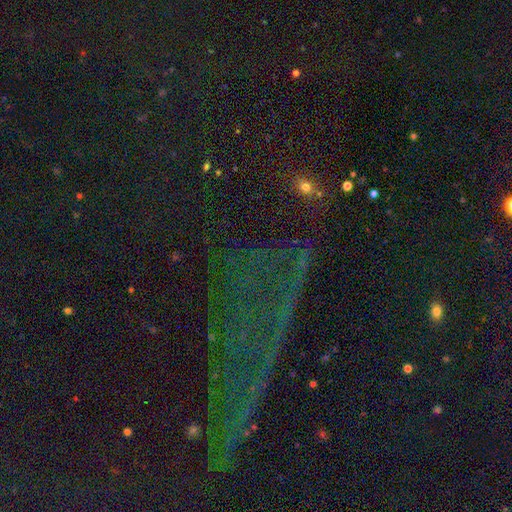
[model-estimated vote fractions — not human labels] star or artifact 75%, smooth 15%, featured or disk 11%.